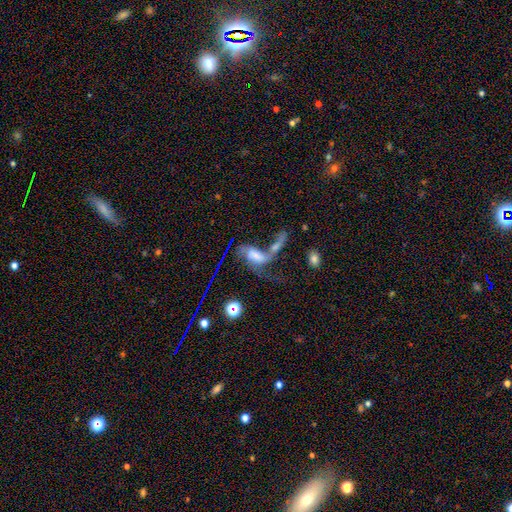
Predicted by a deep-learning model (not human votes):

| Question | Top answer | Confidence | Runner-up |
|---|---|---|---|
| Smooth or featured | featured or disk | 56% | smooth (30%) |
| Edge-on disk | no | 92% | yes (8%) |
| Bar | no | 49% | weak (31%) |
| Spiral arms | yes | 67% | no (33%) |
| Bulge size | none | 34% | moderate (22%) |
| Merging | merger | 52% | major disturbance (26%) |